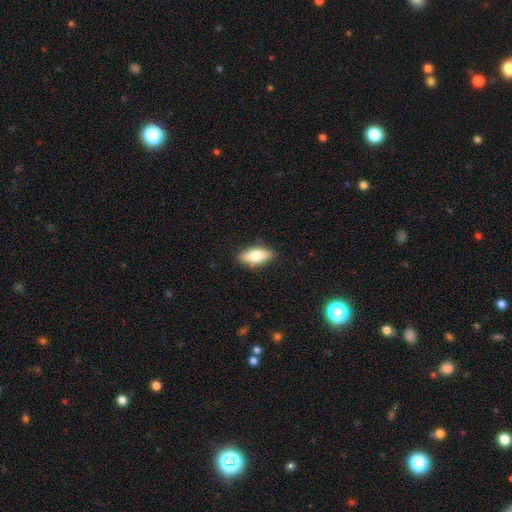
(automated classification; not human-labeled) smooth_or_featured: smooth (p=0.66) [alt: featured or disk p=0.27]
how_rounded: in between (p=0.77) [alt: cigar-shaped p=0.19]
merging: none (p=0.84) [alt: minor disturbance p=0.12]